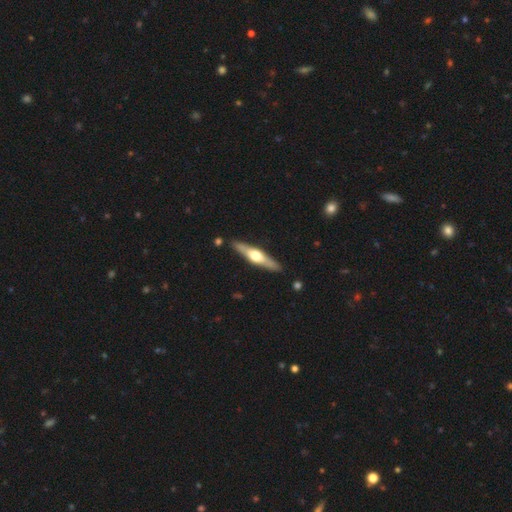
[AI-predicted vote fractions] This appears to be a featured or disk galaxy (65%) viewed edge-on (95%) with a rounded central bulge (93%). Merging: none (89%).